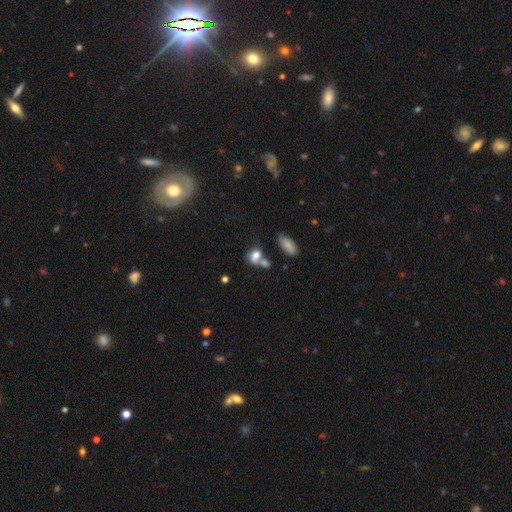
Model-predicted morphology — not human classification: A smooth galaxy with no disk features (74%) that is in between round and cigar-shaped (72%).

Vote fractions:
- Smooth or featured? smooth: 74% / featured or disk: 14% / star or artifact: 12%
- How rounded? in between: 72% / round: 25% / cigar-shaped: 3%
- Merging? merger: 42% / none: 32% / minor disturbance: 16% / major disturbance: 10%